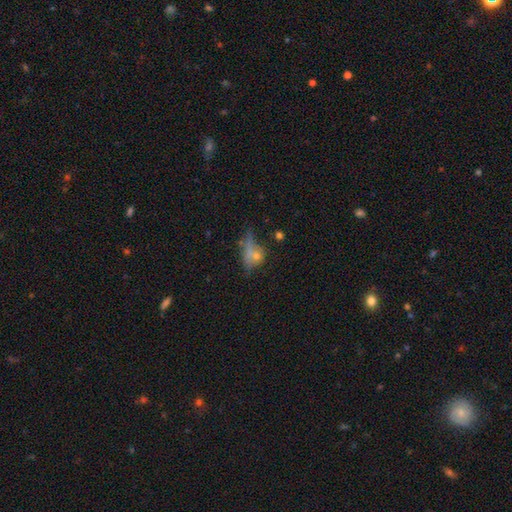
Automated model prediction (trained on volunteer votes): The model was most divided on "merging": major disturbance: 33%, none: 32%, minor disturbance: 21%, merger: 13%. Remaining: smooth or featured — smooth (40%).